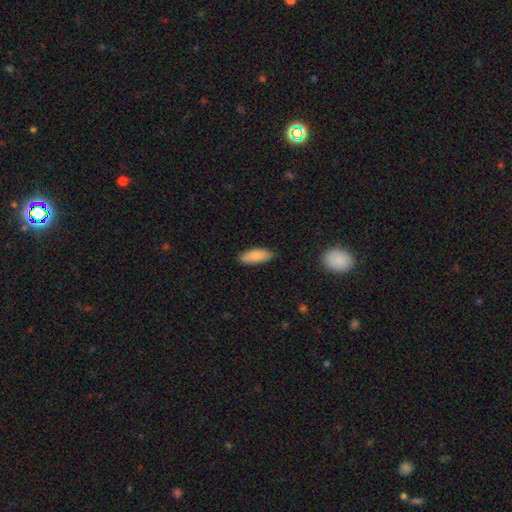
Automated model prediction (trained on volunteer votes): Smooth or featured: smooth — 85% (featured or disk — 9%)
How rounded: in between — 71% (cigar-shaped — 27%)
Merging: none — 86% (minor disturbance — 11%)